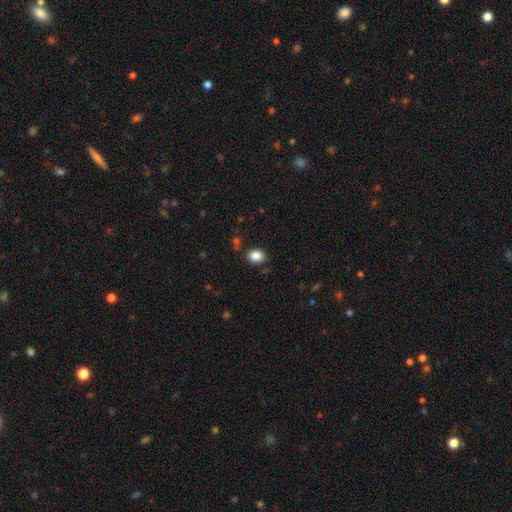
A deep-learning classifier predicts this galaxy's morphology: This appears to be a smooth galaxy with no disk features (87%) that is in between round and cigar-shaped (54%). Merging: none (84%).